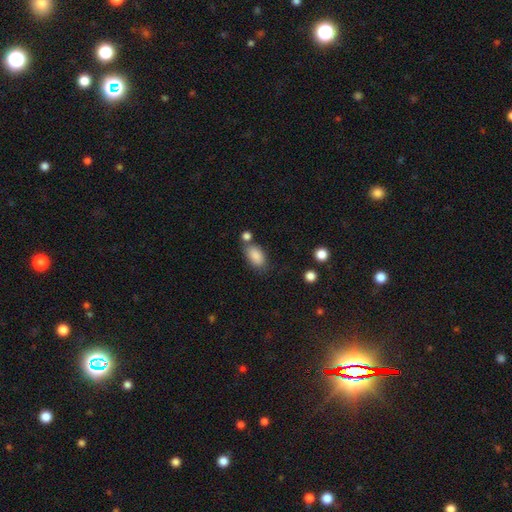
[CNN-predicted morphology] smooth 86%, star or artifact 8%, featured or disk 6%. Down the decision tree: how rounded — in between (91%); merging — none (62%).